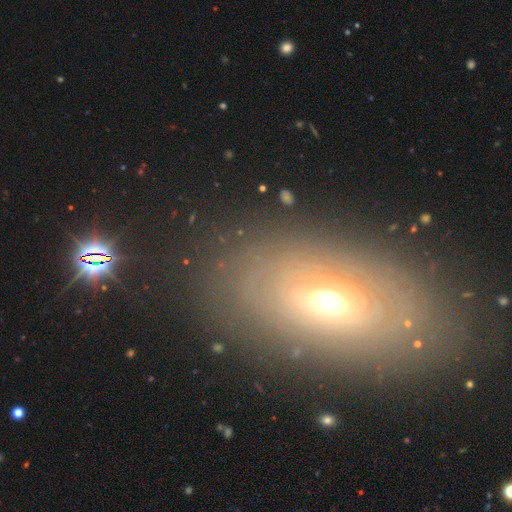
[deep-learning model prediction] Smooth or featured?
  - featured or disk: 55% *
  - smooth: 31%
  - star or artifact: 15%
Edge-on disk?
  - no: 87% *
  - yes: 13%
Merging?
  - none: 79% *
  - minor disturbance: 12%
  - major disturbance: 6%
  - merger: 3%